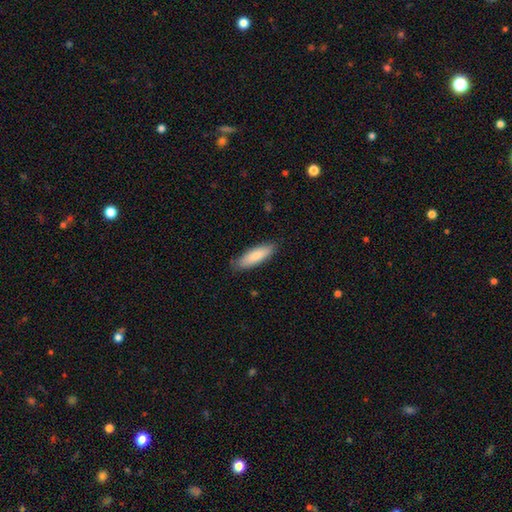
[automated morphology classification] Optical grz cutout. It shows a smooth galaxy with no disk features (84%) that is cigar-shaped (51%). Merging: none (84%).